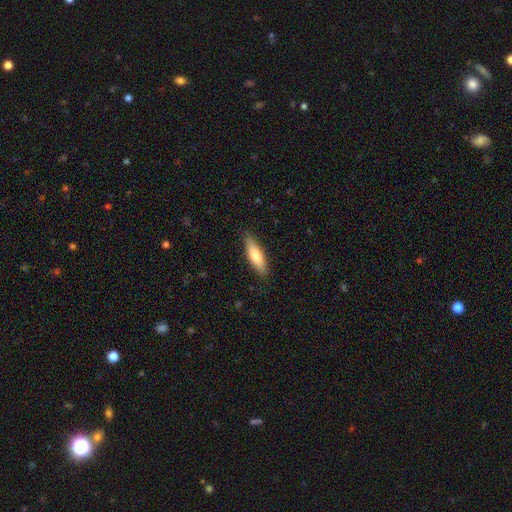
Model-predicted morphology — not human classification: smooth_or_featured: smooth (p=0.78) [alt: featured or disk p=0.17]
how_rounded: cigar-shaped (p=0.60) [alt: in between p=0.39]
merging: none (p=0.87) [alt: minor disturbance p=0.10]